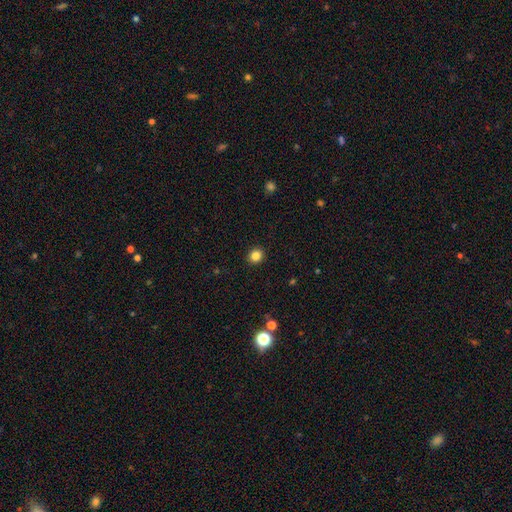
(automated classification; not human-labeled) A smooth galaxy with no disk features (84%) that is round (85%).

Vote fractions:
- Smooth or featured? smooth: 84% / star or artifact: 12% / featured or disk: 4%
- How rounded? round: 85% / in between: 14% / cigar-shaped: 1%
- Merging? none: 92% / minor disturbance: 5% / major disturbance: 2% / merger: 1%